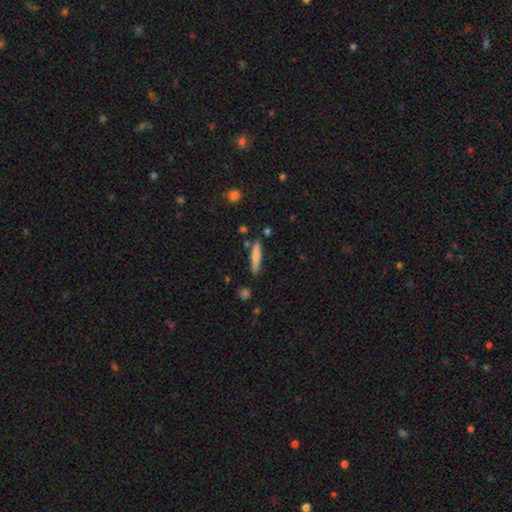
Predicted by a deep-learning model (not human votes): Smooth or featured? Predicted: smooth (p=0.76). How rounded? Predicted: cigar-shaped (p=0.89). Merging? Predicted: none (p=0.82).